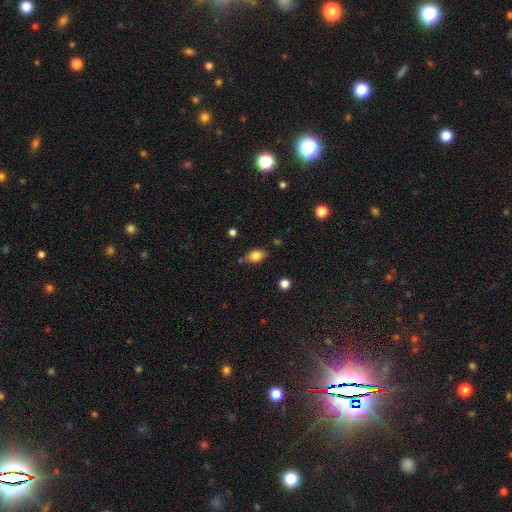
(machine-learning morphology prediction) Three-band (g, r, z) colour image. It shows a smooth galaxy with no disk features (82%) that is in between round and cigar-shaped (72%). Merging: none (65%).